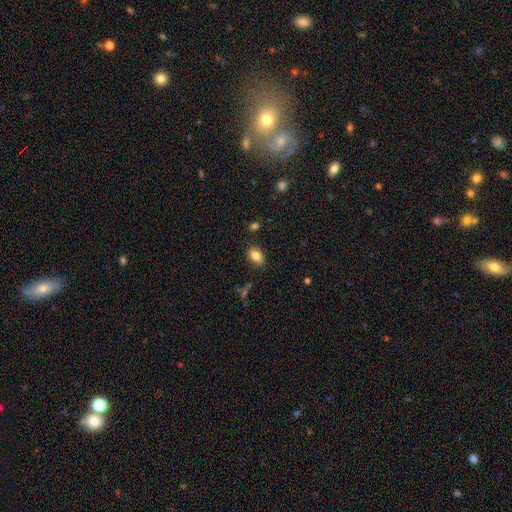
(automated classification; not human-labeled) This appears to be a smooth galaxy with no disk features (83%) that is in between round and cigar-shaped (82%). Merging: none (80%).